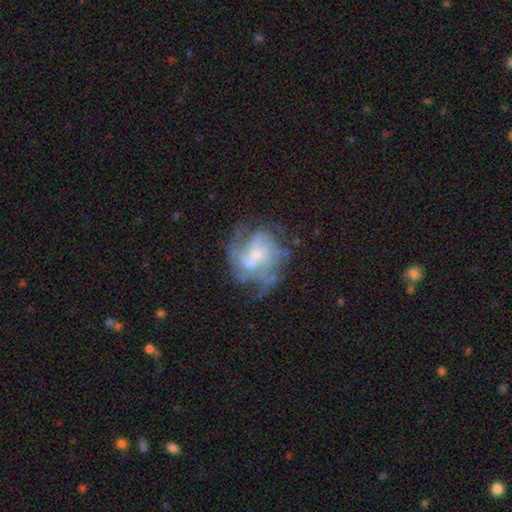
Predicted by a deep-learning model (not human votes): This appears to be a featured or disk galaxy (76%) with no bar (55%), medium (44%) spiral arms (83%) and a small central bulge (44%). Merging: none (53%).